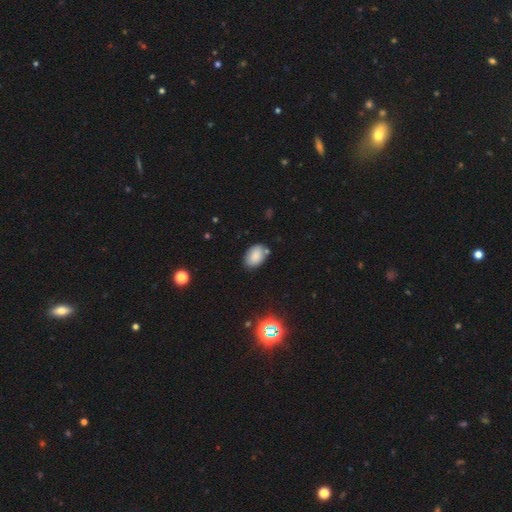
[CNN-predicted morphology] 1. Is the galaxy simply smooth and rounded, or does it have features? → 83% smooth, 10% star or artifact, 7% featured or disk.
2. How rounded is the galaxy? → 89% in between, 10% round, 1% cigar-shaped.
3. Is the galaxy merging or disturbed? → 77% none, 15% minor disturbance, 5% merger, 3% major disturbance.